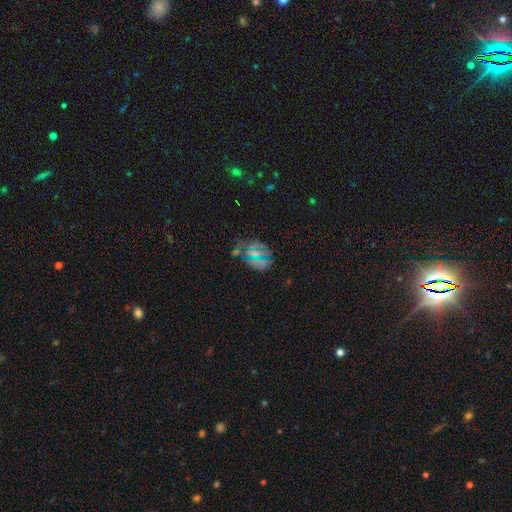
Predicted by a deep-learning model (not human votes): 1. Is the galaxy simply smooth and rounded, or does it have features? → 51% star or artifact, 29% smooth, 20% featured or disk.